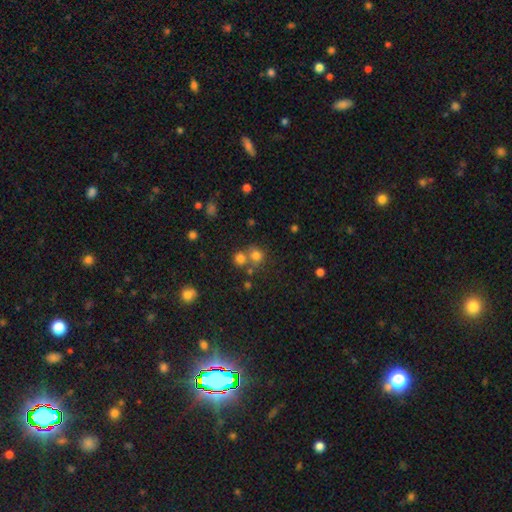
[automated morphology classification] A smooth galaxy with no disk features (73%) that is round (83%).

Vote fractions:
- Smooth or featured? smooth: 73% / star or artifact: 17% / featured or disk: 9%
- How rounded? round: 83% / in between: 16% / cigar-shaped: 1%
- Merging? none: 53% / merger: 34% / minor disturbance: 9% / major disturbance: 4%